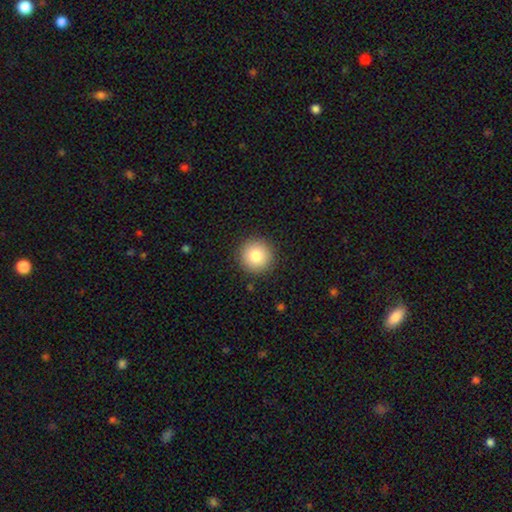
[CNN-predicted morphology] type=smooth (82%); roundness=round (96%); merging=none (91%).